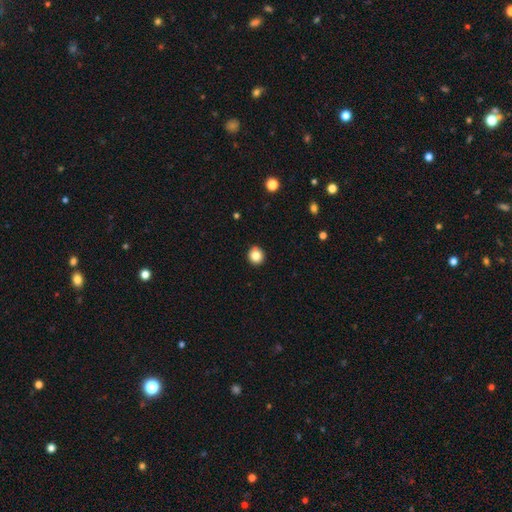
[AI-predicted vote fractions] Q: Smooth or featured?
A: smooth (85%); runner-up: star or artifact (10%)
Q: How rounded?
A: round (90%); runner-up: in between (9%)
Q: Merging?
A: none (92%); runner-up: minor disturbance (5%)